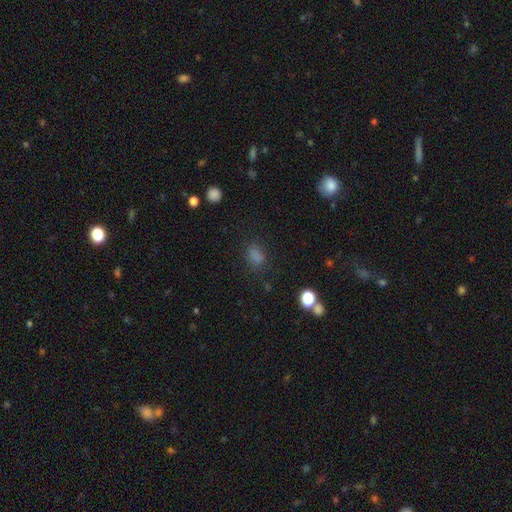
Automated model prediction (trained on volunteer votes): A smooth galaxy with no disk features (73%) that is in between round and cigar-shaped (61%). Merging: none (78%).